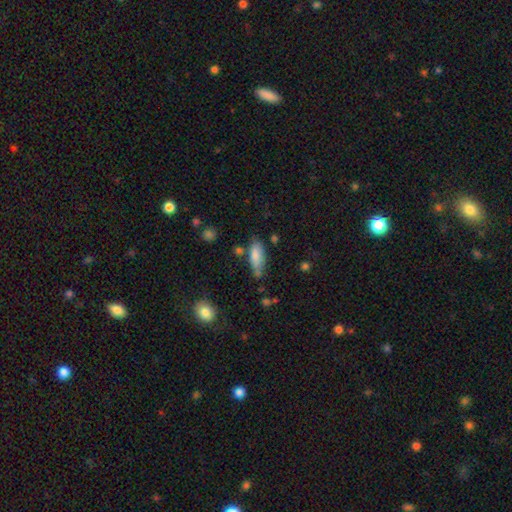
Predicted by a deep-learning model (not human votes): smooth_or_featured: smooth (p=0.80) [alt: featured or disk p=0.13]
how_rounded: in between (p=0.67) [alt: cigar-shaped p=0.31]
merging: none (p=0.57) [alt: minor disturbance p=0.28]